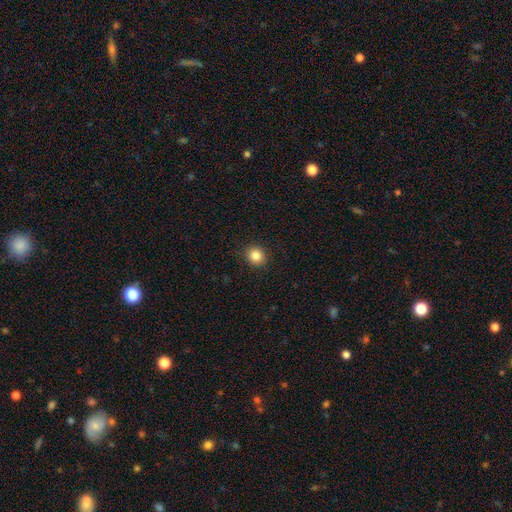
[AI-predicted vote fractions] This is clearly a smooth galaxy (85%). How rounded: clearly round (82%). Merging: clearly none (91%).